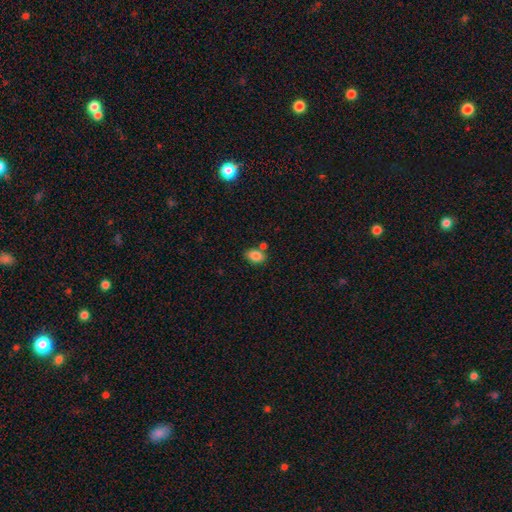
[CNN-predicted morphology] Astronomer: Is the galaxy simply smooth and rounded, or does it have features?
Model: smooth — 85%.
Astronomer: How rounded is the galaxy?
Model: in between — 87%.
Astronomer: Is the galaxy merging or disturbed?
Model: none — 71%.